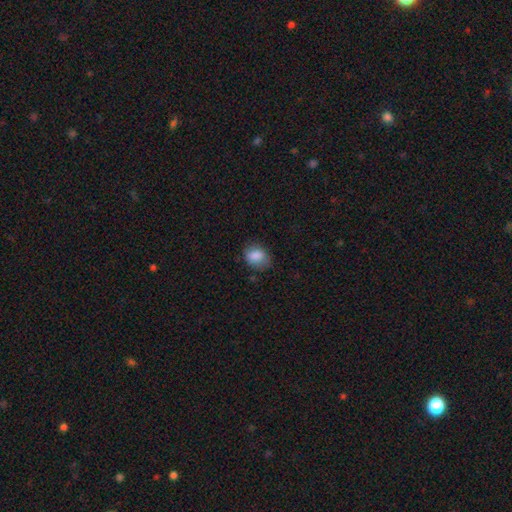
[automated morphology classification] Smooth or featured? Predicted: smooth (p=0.85). How rounded? Predicted: in between (p=0.60). Merging? Predicted: none (p=0.70).